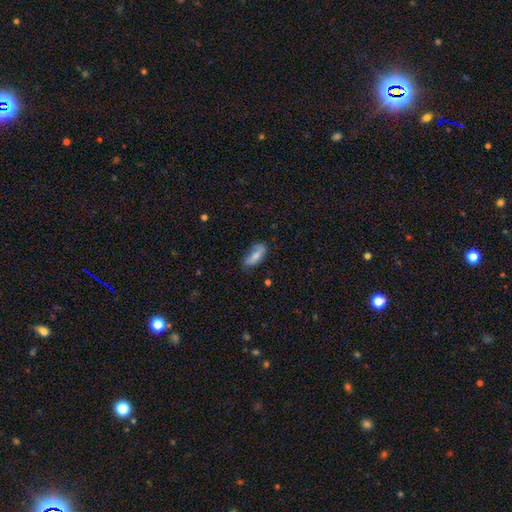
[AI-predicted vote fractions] A smooth galaxy with no disk features (76%) that is in between round and cigar-shaped (75%).

Vote fractions:
- Smooth or featured? smooth: 76% / featured or disk: 18% / star or artifact: 7%
- How rounded? in between: 75% / cigar-shaped: 22% / round: 2%
- Merging? none: 62% / minor disturbance: 28% / major disturbance: 7% / merger: 3%